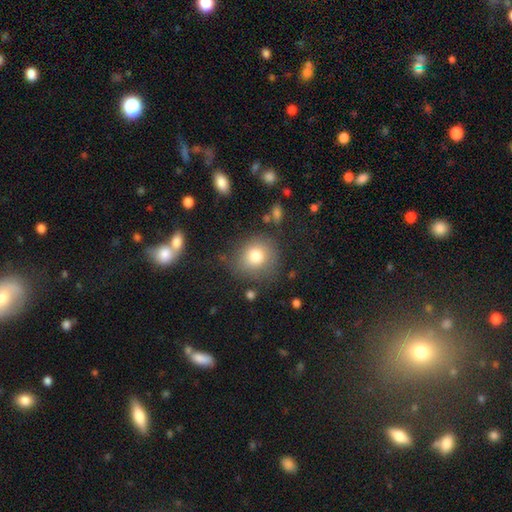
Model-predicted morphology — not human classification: smooth 78%, star or artifact 11%, featured or disk 11%. Down the decision tree: how rounded — round (83%); merging — none (74%).